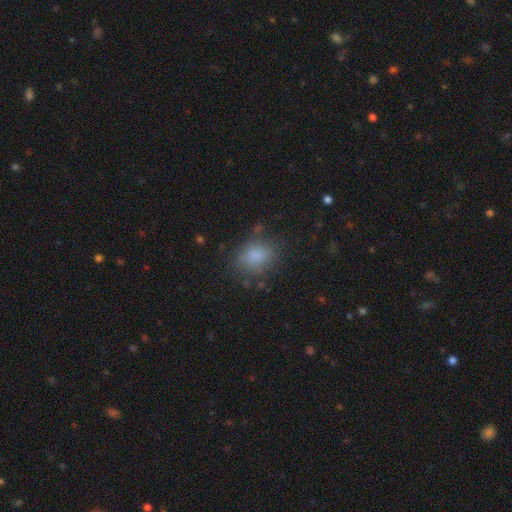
Overall: smooth (78%). How rounded: in between (58%; round 39%). Merging: none (74%).